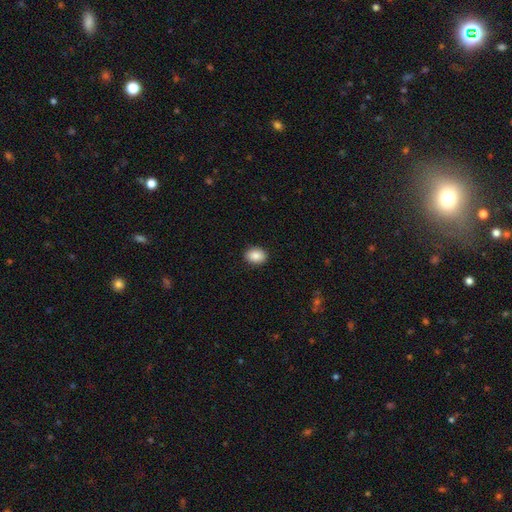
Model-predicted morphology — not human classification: Q: Smooth or featured?
A: smooth (88%); runner-up: star or artifact (8%)
Q: How rounded?
A: in between (66%); runner-up: round (33%)
Q: Merging?
A: none (91%); runner-up: minor disturbance (7%)